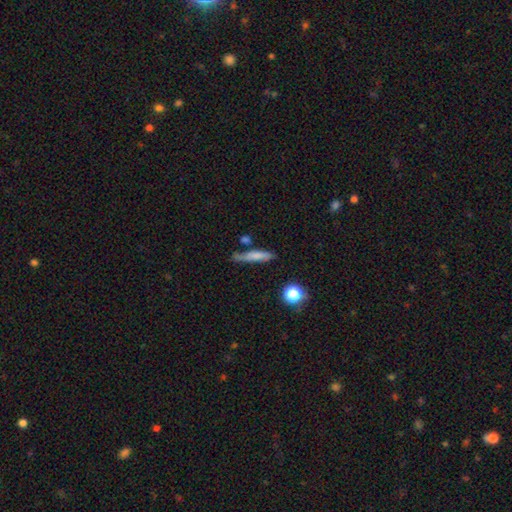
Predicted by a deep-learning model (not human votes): Smooth or featured? Predicted: smooth (p=0.70). How rounded? Predicted: cigar-shaped (p=0.85). Merging? Predicted: none (p=0.62).